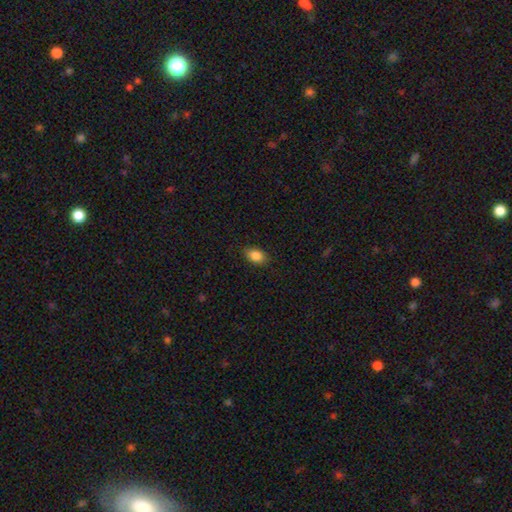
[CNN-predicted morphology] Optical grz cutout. It shows a smooth galaxy with no disk features (86%) that is in between round and cigar-shaped (84%). Merging: none (86%).